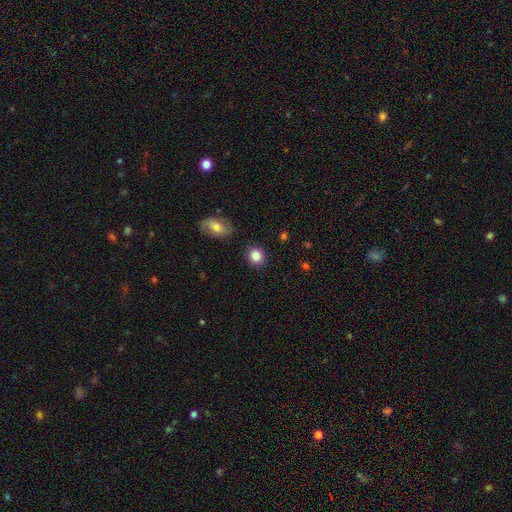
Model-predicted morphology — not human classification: This is clearly a smooth galaxy (86%). How rounded: likely round (76%). Merging: clearly none (88%).